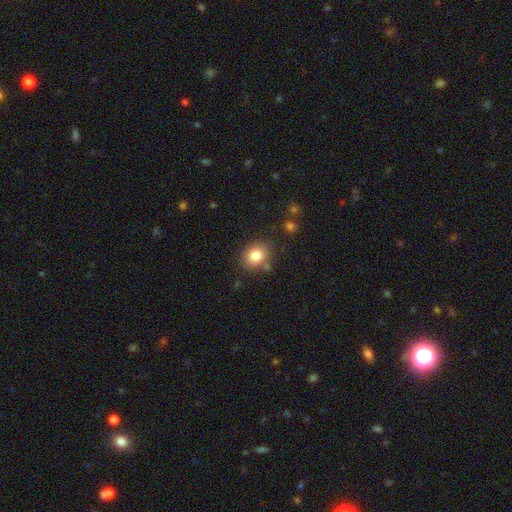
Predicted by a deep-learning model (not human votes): smooth 82%, star or artifact 10%, featured or disk 8%. Down the decision tree: how rounded — round (56%); merging — none (80%).